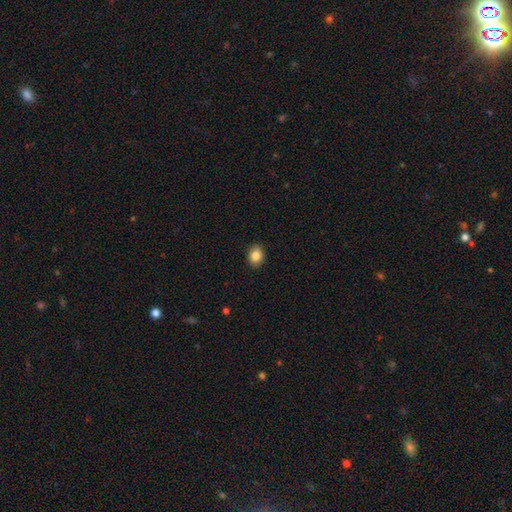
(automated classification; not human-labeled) The model was most divided on "how rounded": in between: 50%, round: 49%, cigar-shaped: 1%. More confident: merging — none (90%); smooth or featured — smooth (85%).